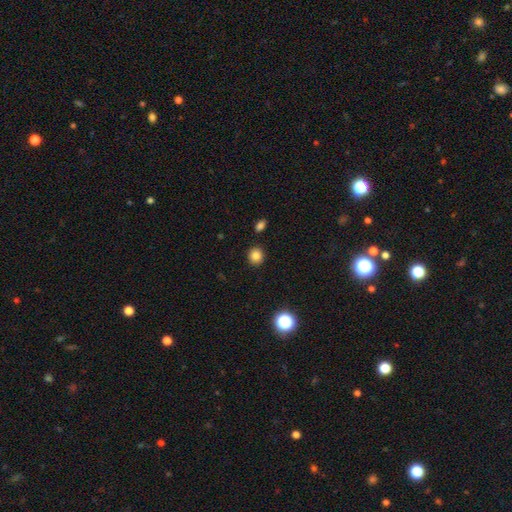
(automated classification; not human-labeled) smooth 84%, star or artifact 11%, featured or disk 5%. Down the decision tree: how rounded — round (83%); merging — none (88%).